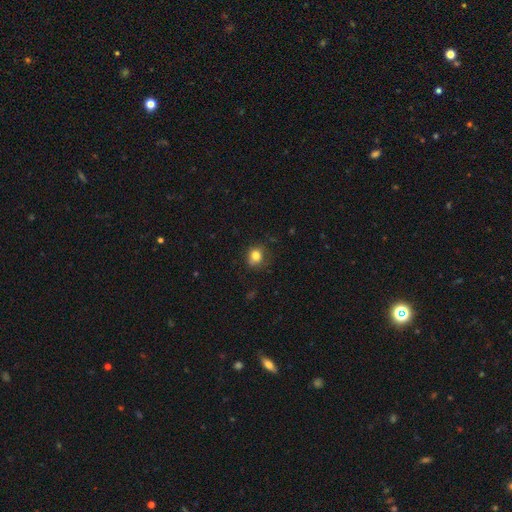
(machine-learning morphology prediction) smooth 81%, star or artifact 11%, featured or disk 8%. Down the decision tree: how rounded — round (71%); merging — none (70%).